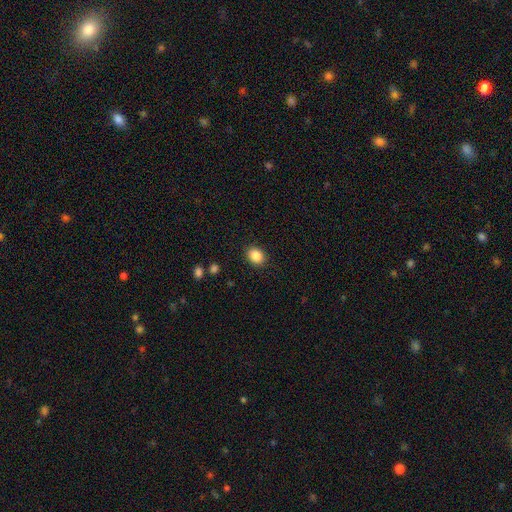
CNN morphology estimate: This is clearly a smooth galaxy (87%). How rounded: possibly in between (51%). Merging: clearly none (89%).